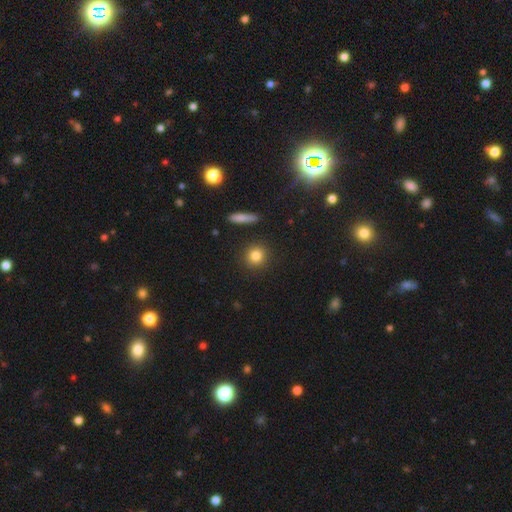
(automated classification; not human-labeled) Smooth or featured: smooth — 83% (star or artifact — 10%)
How rounded: round — 87% (in between — 11%)
Merging: none — 90% (minor disturbance — 6%)